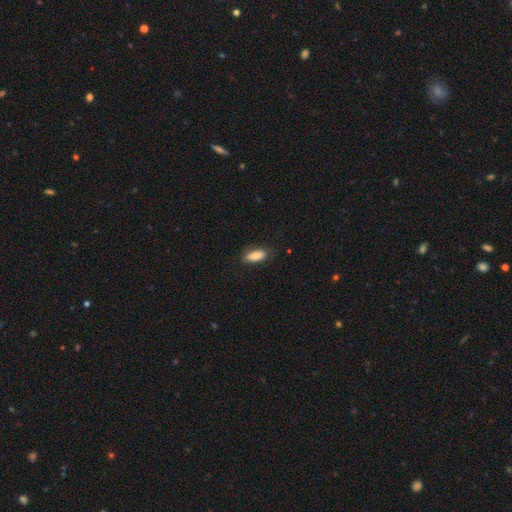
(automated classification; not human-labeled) A smooth galaxy with no disk features (84%) that is in between round and cigar-shaped (77%). Merging: none (80%).